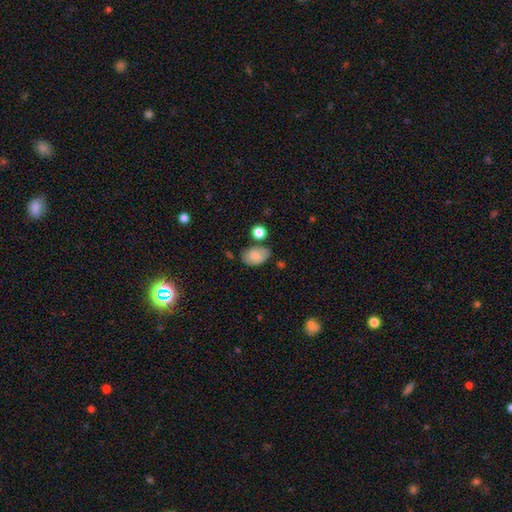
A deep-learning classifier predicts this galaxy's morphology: The model was most divided on "merging": none: 62%, minor disturbance: 23%, merger: 9%, major disturbance: 6%. More confident: how rounded — in between (86%); smooth or featured — smooth (80%).